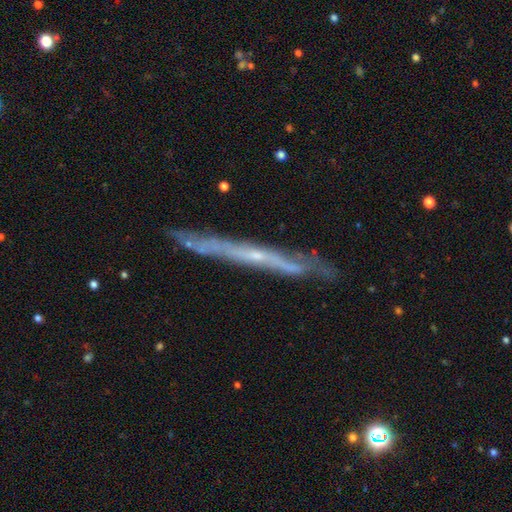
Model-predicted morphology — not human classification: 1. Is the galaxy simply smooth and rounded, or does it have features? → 76% featured or disk, 17% smooth, 7% star or artifact.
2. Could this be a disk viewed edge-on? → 89% yes, 11% no.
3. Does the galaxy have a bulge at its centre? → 64% none, 32% rounded, 4% boxy.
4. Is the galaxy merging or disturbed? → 79% none, 16% minor disturbance, 3% major disturbance, 2% merger.